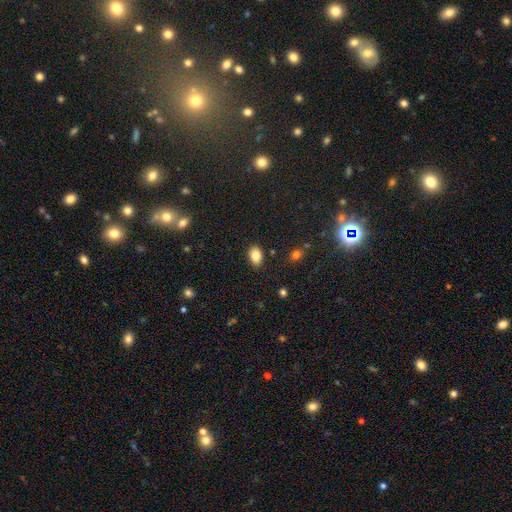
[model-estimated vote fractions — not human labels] Smooth or featured: smooth — 84% (star or artifact — 9%)
How rounded: in between — 82% (round — 16%)
Merging: none — 86% (minor disturbance — 10%)